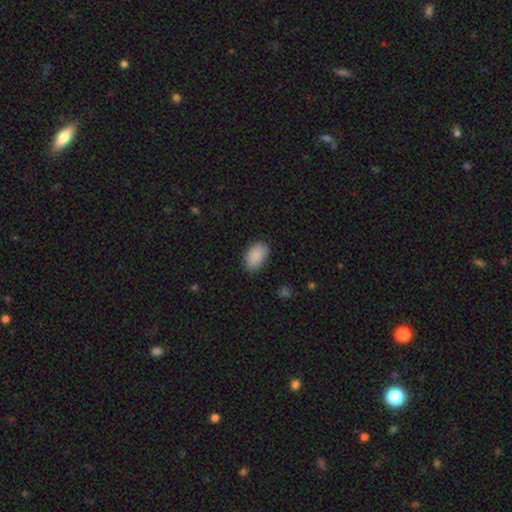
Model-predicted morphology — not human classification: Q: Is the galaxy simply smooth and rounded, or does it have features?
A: smooth — 89%.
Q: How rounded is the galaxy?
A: in between — 92%.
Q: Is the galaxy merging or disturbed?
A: none — 81%.